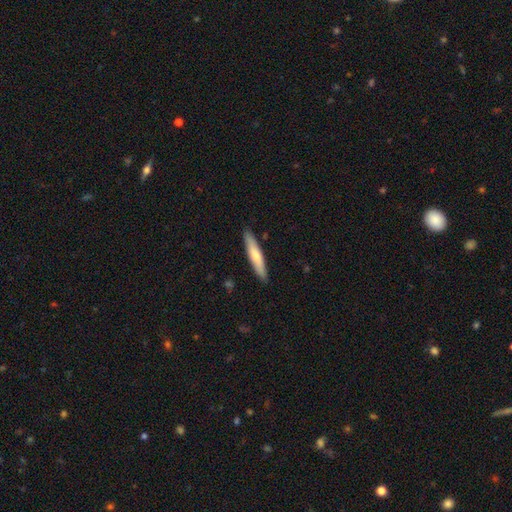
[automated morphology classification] A smooth galaxy with no disk features (67%) that is cigar-shaped (87%). Merging: none (89%).